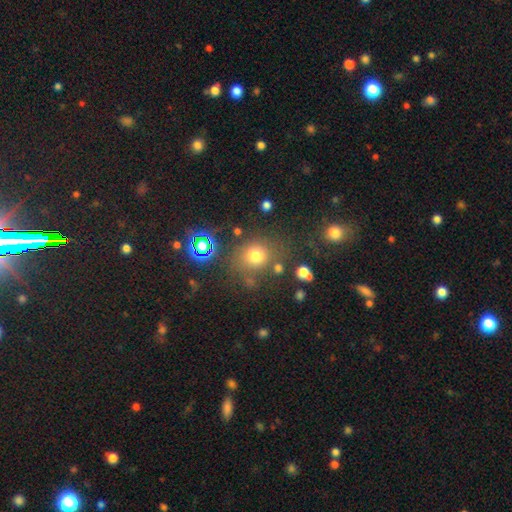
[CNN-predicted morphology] Smooth or featured? Predicted: smooth (p=0.72). How rounded? Predicted: round (p=0.79). Merging? Predicted: none (p=0.71).